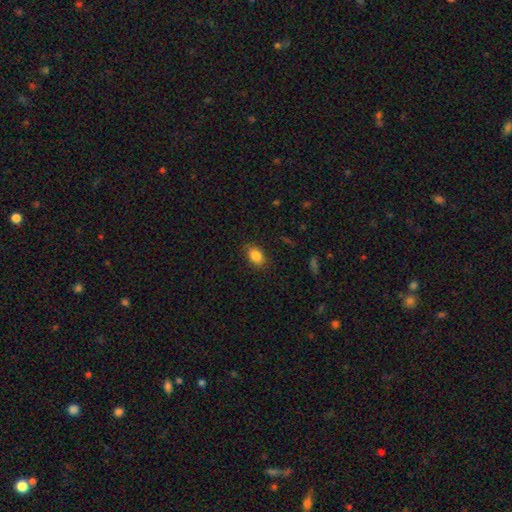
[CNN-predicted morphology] Smooth or featured? smooth (85%)
How rounded? in between (81%)
Merging? none (86%)